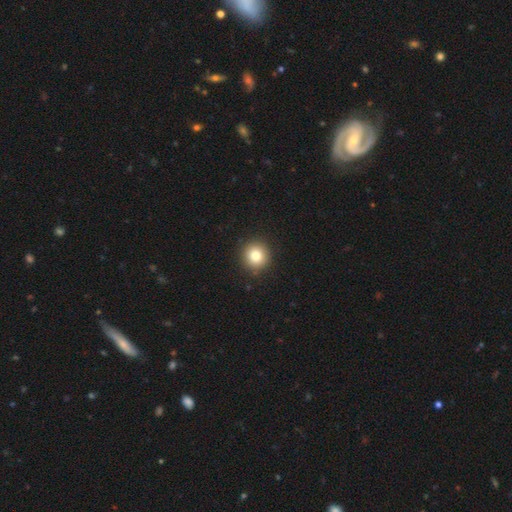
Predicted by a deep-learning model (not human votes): The model was most divided on "smooth or featured": smooth: 82%, star or artifact: 11%, featured or disk: 8%. More confident: how rounded — round (92%); merging — none (92%).